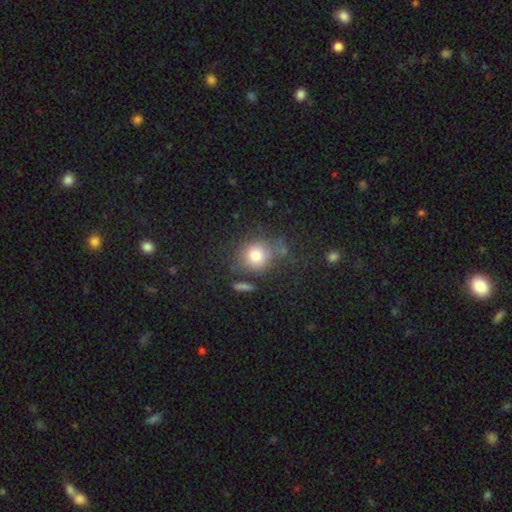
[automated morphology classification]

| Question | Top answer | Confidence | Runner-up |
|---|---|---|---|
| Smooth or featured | smooth | 77% | star or artifact (11%) |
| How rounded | round | 79% | in between (20%) |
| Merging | none | 61% | minor disturbance (18%) |